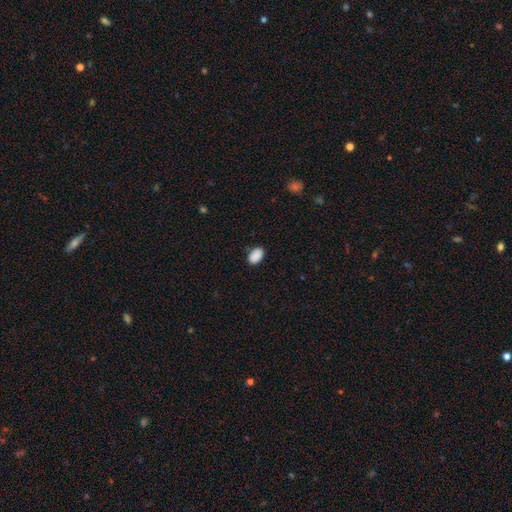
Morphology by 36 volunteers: A smooth galaxy with no disk features (94%) that is in between round and cigar-shaped (91%).

Vote fractions:
- Smooth or featured? smooth: 94% / featured or disk: 3% / star or artifact: 3%
- How rounded? in between: 91% / round: 6% / cigar-shaped: 3%
- Merging? none: 83% / minor disturbance: 14% / major disturbance: 3% / merger: 0%